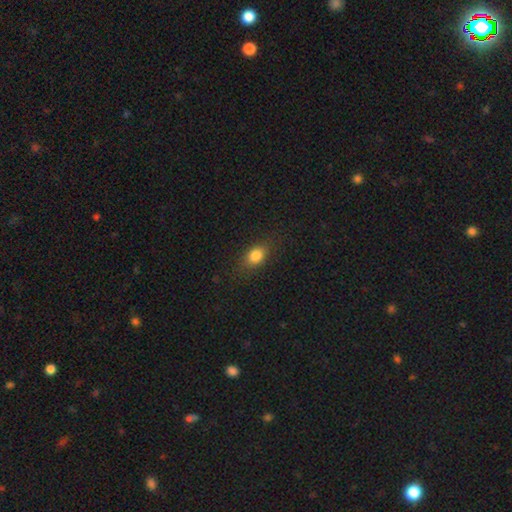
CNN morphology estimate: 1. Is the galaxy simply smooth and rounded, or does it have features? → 81% smooth, 11% star or artifact, 9% featured or disk.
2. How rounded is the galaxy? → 69% in between, 26% round, 5% cigar-shaped.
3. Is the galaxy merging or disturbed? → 80% none, 14% minor disturbance, 4% major disturbance, 1% merger.